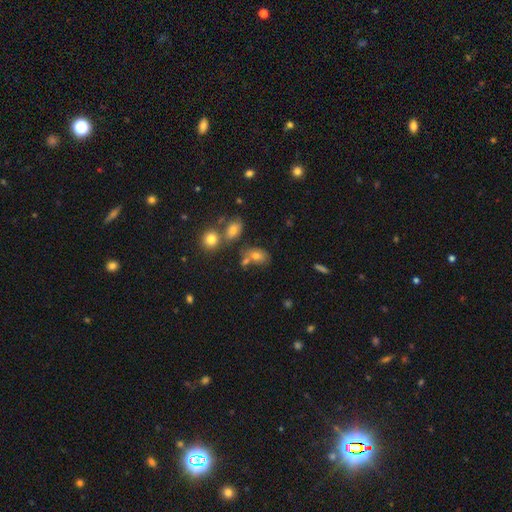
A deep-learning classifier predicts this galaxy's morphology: Smooth or featured?
  - smooth: 71% *
  - featured or disk: 16%
  - star or artifact: 13%
How rounded?
  - in between: 79% *
  - round: 19%
  - cigar-shaped: 2%
Merging?
  - none: 49% *
  - merger: 26%
  - minor disturbance: 17%
  - major disturbance: 7%